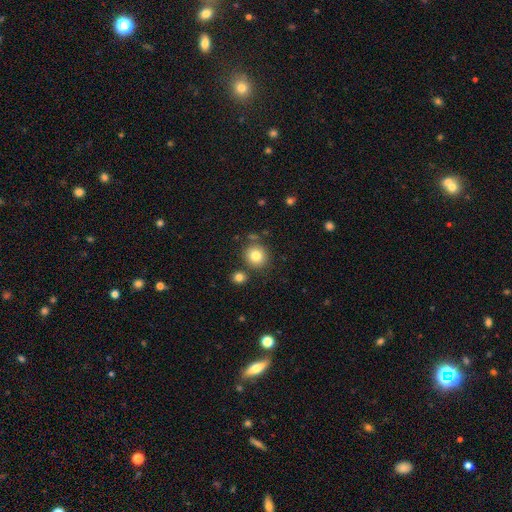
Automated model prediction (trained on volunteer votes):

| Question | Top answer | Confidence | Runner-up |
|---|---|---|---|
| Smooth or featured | smooth | 81% | star or artifact (10%) |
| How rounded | round | 89% | in between (10%) |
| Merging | none | 78% | merger (10%) |